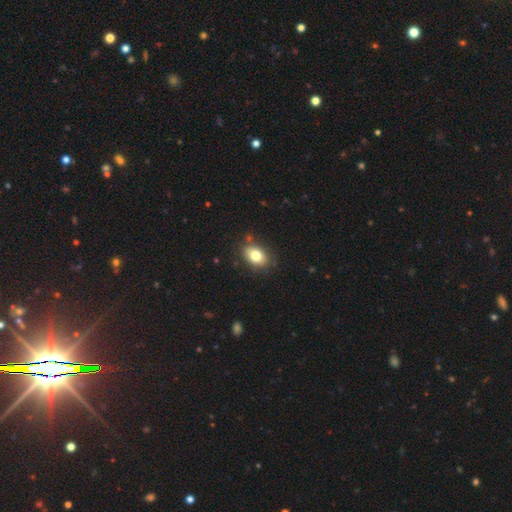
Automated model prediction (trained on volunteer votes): smooth 79%, featured or disk 12%, star or artifact 9%. Down the decision tree: how rounded — in between (81%); merging — none (83%).